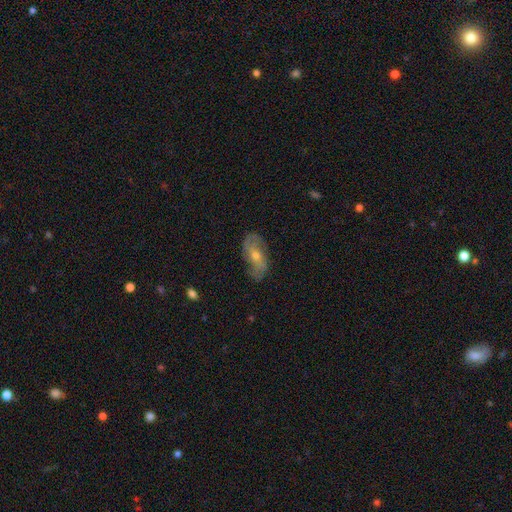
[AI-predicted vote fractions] smooth-or-featured: featured or disk: 69% | smooth: 23% | star or artifact: 8%
  disk-edge-on: no: 91% | yes: 9%
    bar: no: 58% | weak: 33% | strong: 10%
    has-spiral-arms: yes: 86% | no: 14%
      spiral-winding: medium: 41% | loose: 34% | tight: 25%
      spiral-arm-count: 2: 71% | can't tell: 17% | 3: 5% | 1: 3% | 4: 2% | more than 4: 2%
    bulge-size: moderate: 52% | small: 44% | large: 2% | none: 2% | dominant: 1%
  merging: none: 74% | minor disturbance: 19% | major disturbance: 6% | merger: 1%